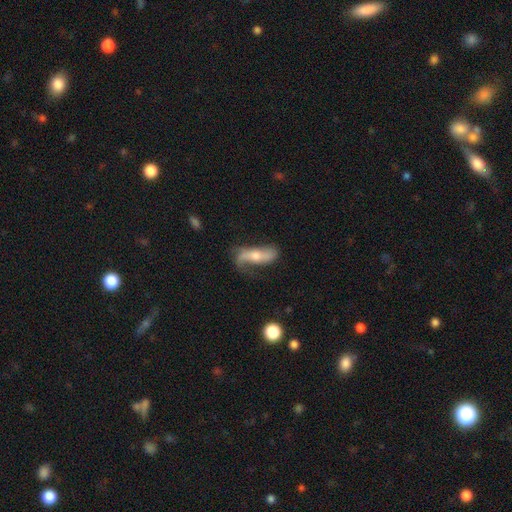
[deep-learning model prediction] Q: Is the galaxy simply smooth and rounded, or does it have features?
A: featured or disk — 57%.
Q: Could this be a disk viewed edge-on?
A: no — 74%.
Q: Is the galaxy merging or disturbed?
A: none — 50%.